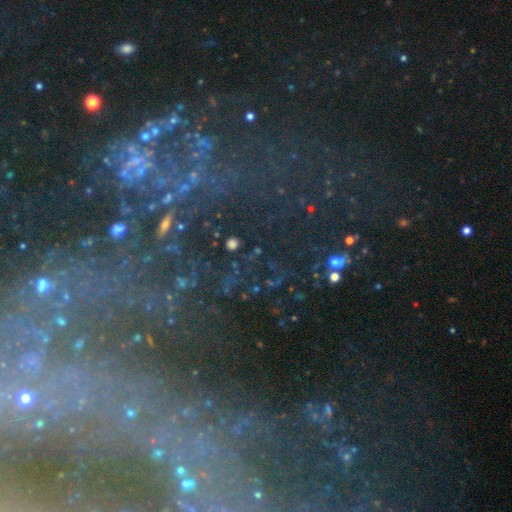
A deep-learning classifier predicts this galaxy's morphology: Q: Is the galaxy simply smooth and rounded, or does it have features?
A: star or artifact — 50%.